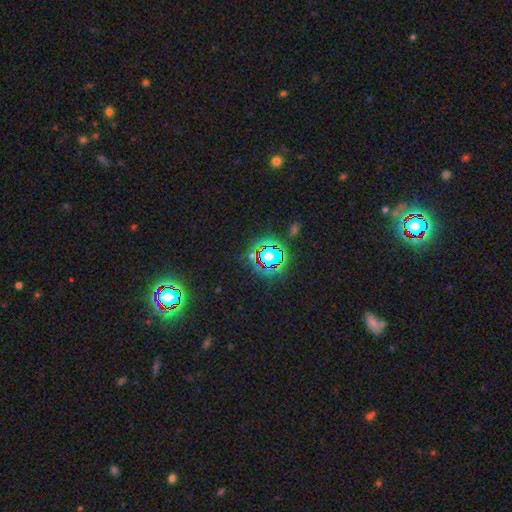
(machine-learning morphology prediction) type=star or artifact (76%).